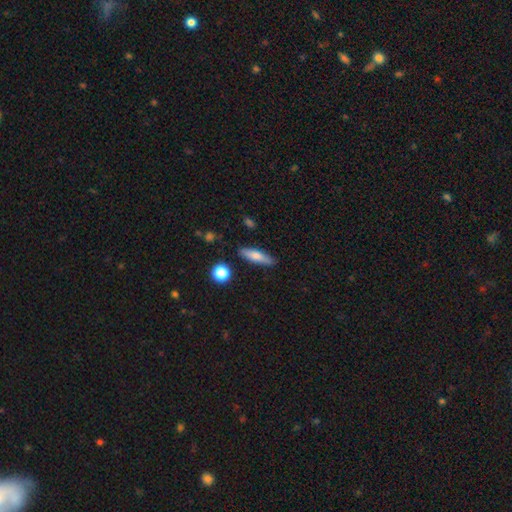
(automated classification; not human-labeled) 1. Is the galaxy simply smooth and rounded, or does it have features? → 69% smooth, 24% featured or disk, 7% star or artifact.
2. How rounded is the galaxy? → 67% cigar-shaped, 30% in between, 3% round.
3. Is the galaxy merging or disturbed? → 86% none, 10% minor disturbance, 2% major disturbance, 2% merger.